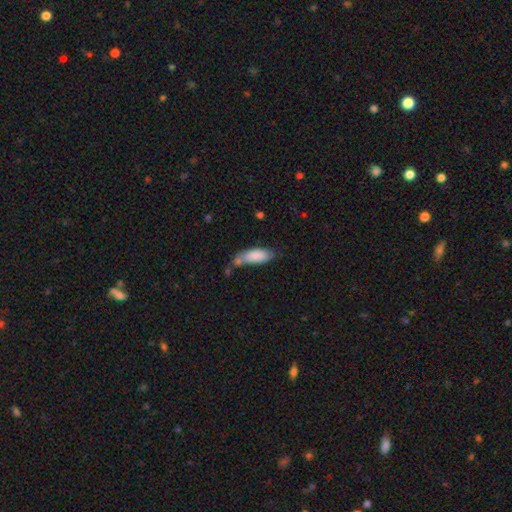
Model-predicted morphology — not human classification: Q: Smooth or featured?
A: smooth (81%); runner-up: featured or disk (12%)
Q: How rounded?
A: in between (72%); runner-up: cigar-shaped (26%)
Q: Merging?
A: none (37%); runner-up: minor disturbance (30%)